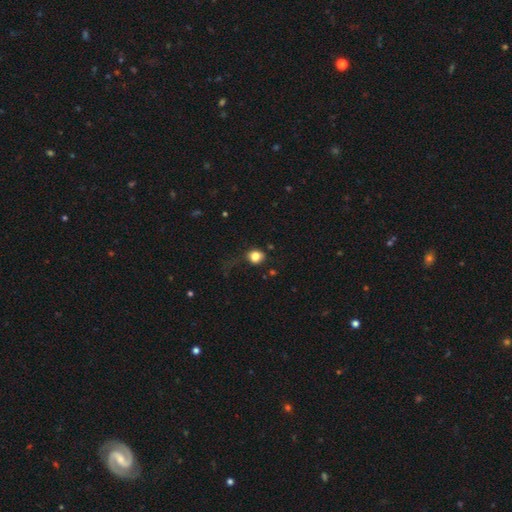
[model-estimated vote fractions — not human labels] This is clearly a smooth galaxy (81%). How rounded: likely round (72%). Merging: possibly none (58%).